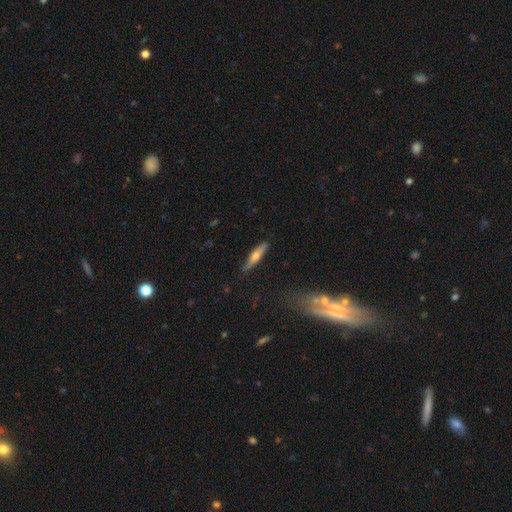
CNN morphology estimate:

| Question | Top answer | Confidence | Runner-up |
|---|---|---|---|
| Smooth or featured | smooth | 50% | featured or disk (45%) |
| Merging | none | 83% | minor disturbance (13%) |